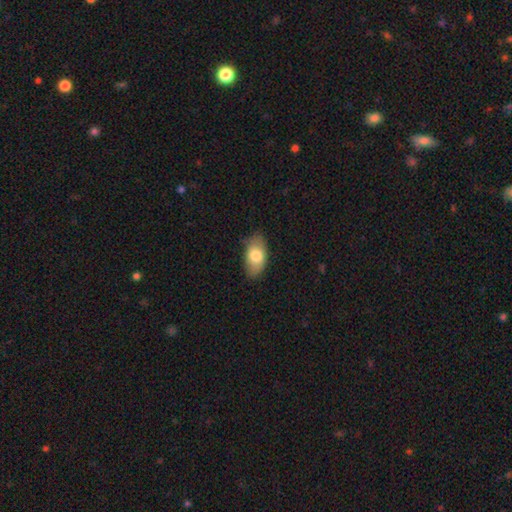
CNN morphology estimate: Smooth or featured? smooth (77%)
How rounded? in between (93%)
Merging? none (79%)